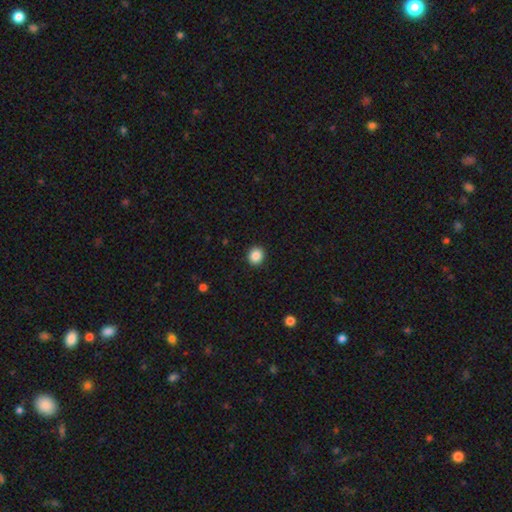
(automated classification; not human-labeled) This appears to be a smooth galaxy with no disk features (87%) that is round (86%). Merging: none (92%).